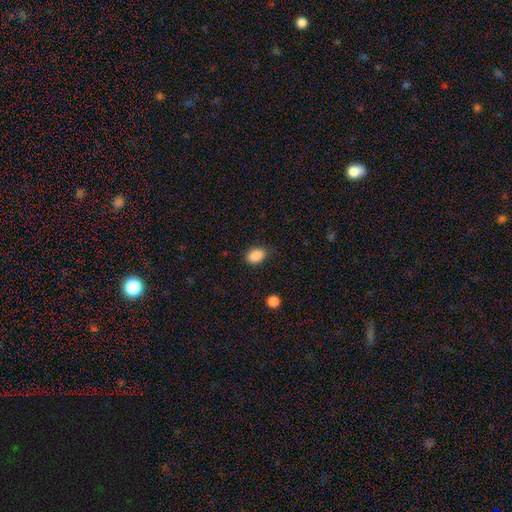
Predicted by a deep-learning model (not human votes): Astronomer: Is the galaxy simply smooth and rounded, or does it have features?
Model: smooth — 88%.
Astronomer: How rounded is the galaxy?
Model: in between — 81%.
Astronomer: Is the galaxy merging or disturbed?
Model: none — 84%.